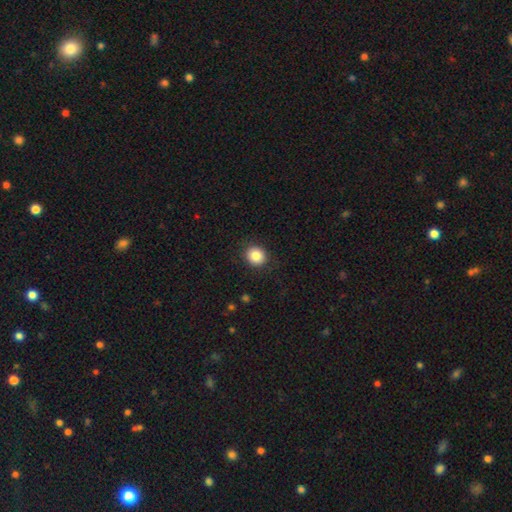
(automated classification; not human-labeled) Smooth or featured: smooth — 84% (star or artifact — 10%)
How rounded: round — 85% (in between — 15%)
Merging: none — 90% (minor disturbance — 7%)